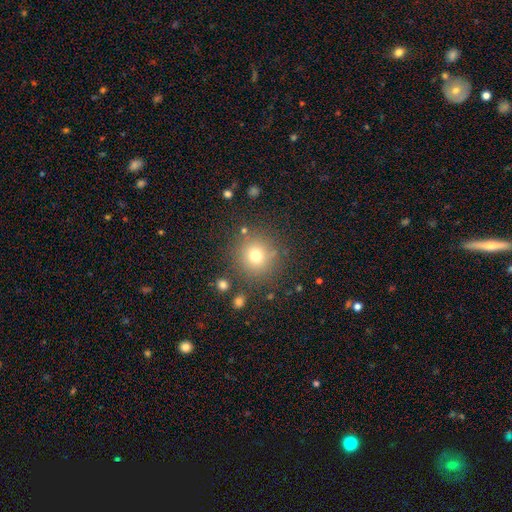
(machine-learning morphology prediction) This is likely a smooth galaxy (73%). How rounded: clearly round (93%). Merging: clearly none (84%).